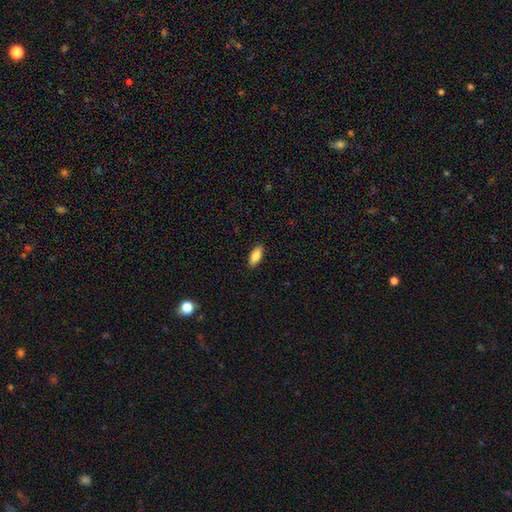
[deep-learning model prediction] smooth_or_featured: smooth (p=0.84) [alt: featured or disk p=0.09]
how_rounded: in between (p=0.82) [alt: cigar-shaped p=0.16]
merging: none (p=0.89) [alt: minor disturbance p=0.08]